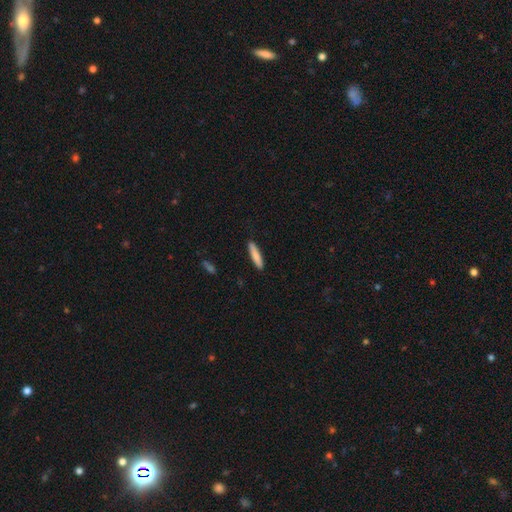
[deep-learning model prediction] smooth 83%, featured or disk 12%, star or artifact 6%. Down the decision tree: how rounded — cigar-shaped (86%); merging — none (90%).